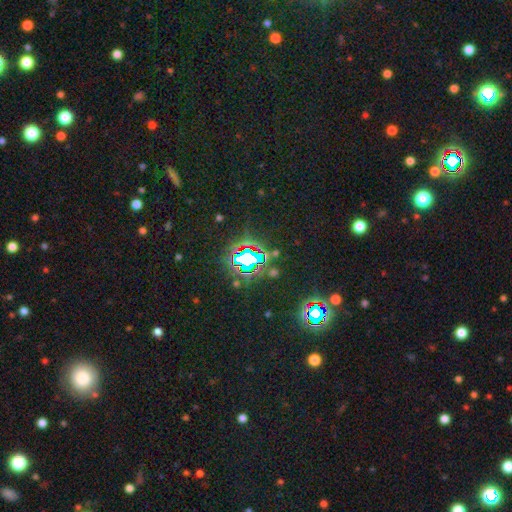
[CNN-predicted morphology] smooth_or_featured: star or artifact (p=0.79) [alt: smooth p=0.12]